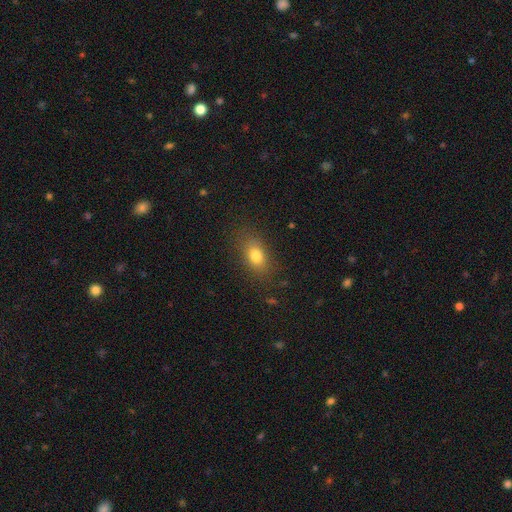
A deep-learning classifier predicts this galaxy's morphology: This is clearly a smooth galaxy (80%). How rounded: clearly in between (82%). Merging: clearly none (81%).